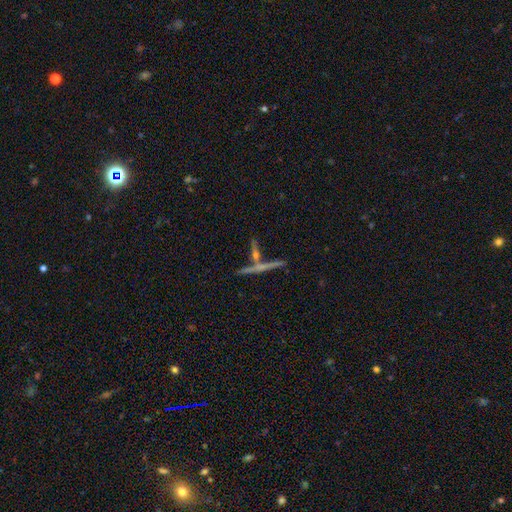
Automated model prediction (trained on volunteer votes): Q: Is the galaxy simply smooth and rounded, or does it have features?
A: featured or disk — 60%.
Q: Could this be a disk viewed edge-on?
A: yes — 94%.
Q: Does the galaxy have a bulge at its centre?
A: none — 53%.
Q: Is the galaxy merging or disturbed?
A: none — 69%.